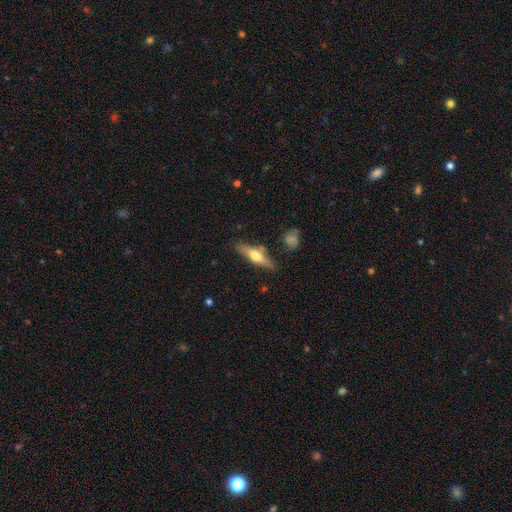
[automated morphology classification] A featured or disk galaxy (49%).

Vote fractions:
- Smooth or featured? featured or disk: 49% / smooth: 44% / star or artifact: 6%
- Merging? none: 78% / minor disturbance: 14% / merger: 5% / major disturbance: 3%